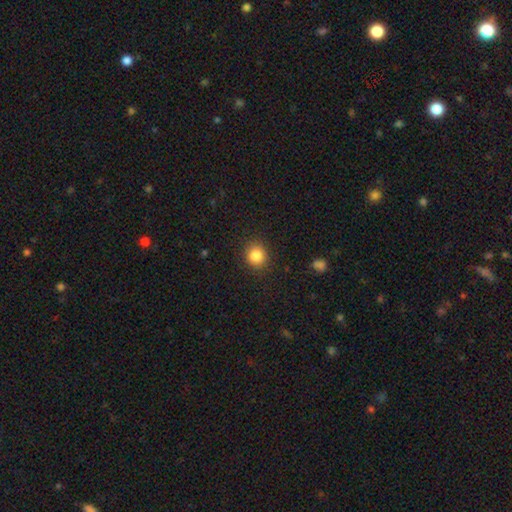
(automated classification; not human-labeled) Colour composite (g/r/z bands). It shows a smooth galaxy with no disk features (85%) that is round (83%). Merging: none (87%).